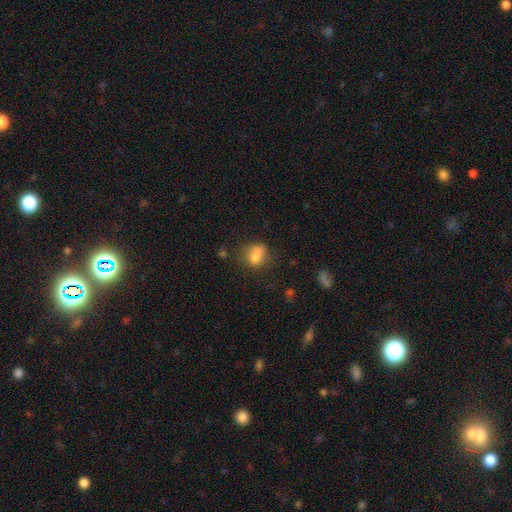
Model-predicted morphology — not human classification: smooth-or-featured: smooth: 73% | featured or disk: 15% | star or artifact: 12%
  how-rounded: round: 52% | in between: 46% | cigar-shaped: 2%
  merging: none: 38% | merger: 31% | minor disturbance: 21% | major disturbance: 11%